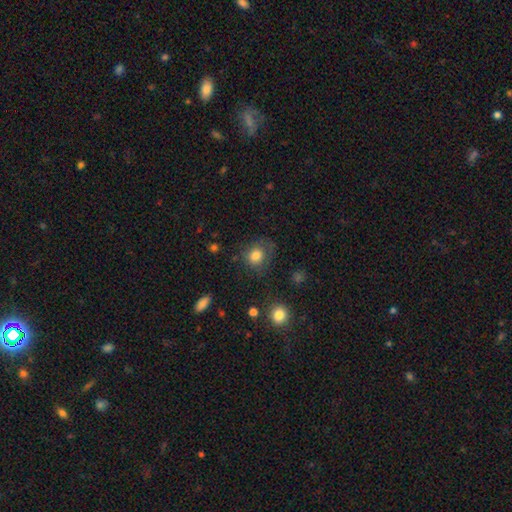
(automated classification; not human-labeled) The model was most divided on "merging": none: 65%, minor disturbance: 20%, major disturbance: 12%, merger: 3%. More confident: smooth or featured — smooth (80%); how rounded — round (74%).